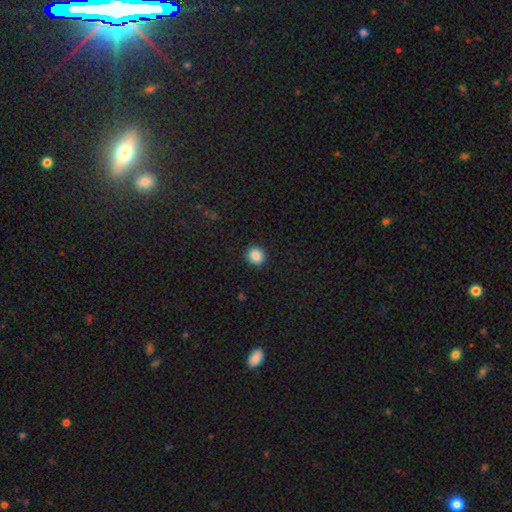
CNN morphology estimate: Smooth or featured? smooth (87%)
How rounded? round (81%)
Merging? none (92%)